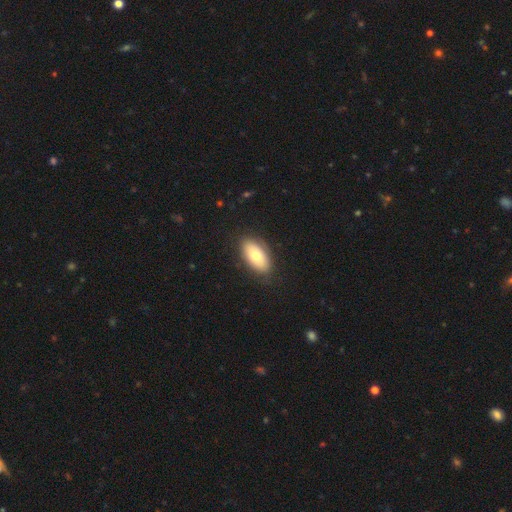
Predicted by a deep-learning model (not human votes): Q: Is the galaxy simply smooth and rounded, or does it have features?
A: smooth — 76%.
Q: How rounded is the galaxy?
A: in between — 93%.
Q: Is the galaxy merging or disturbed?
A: none — 86%.